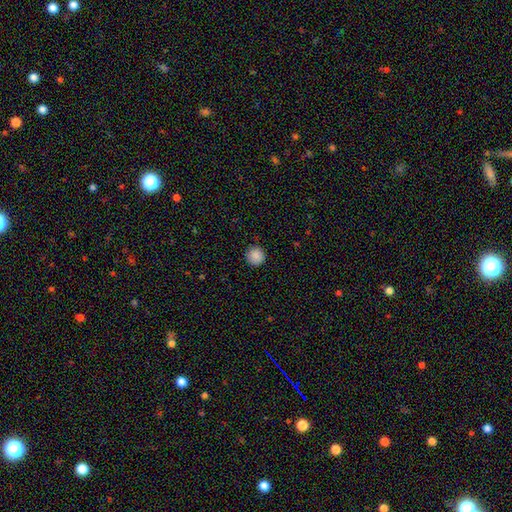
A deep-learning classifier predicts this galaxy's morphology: The model was most divided on "smooth or featured": smooth: 88%, star or artifact: 9%, featured or disk: 3%. More confident: how rounded — round (94%); merging — none (91%).